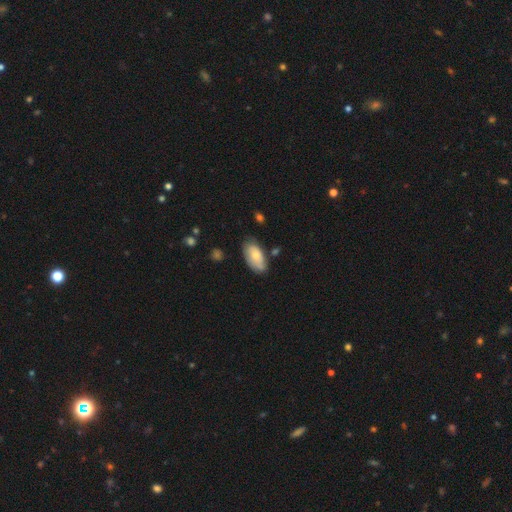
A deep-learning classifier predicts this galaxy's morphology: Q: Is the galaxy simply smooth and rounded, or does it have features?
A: smooth — 69%.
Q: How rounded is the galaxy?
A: in between — 94%.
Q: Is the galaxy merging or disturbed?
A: none — 65%.